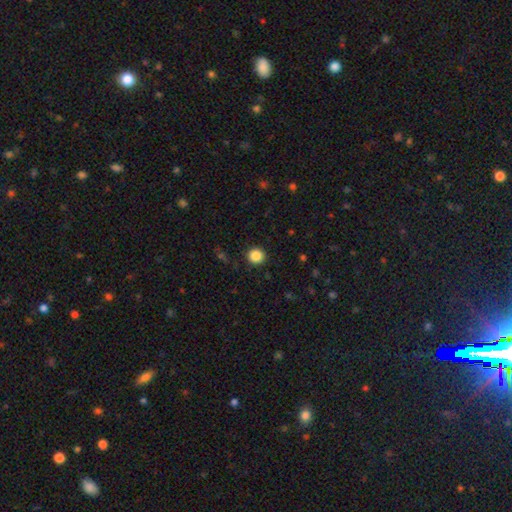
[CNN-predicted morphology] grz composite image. It shows a smooth galaxy with no disk features (86%) that is round (93%). Merging: none (91%).